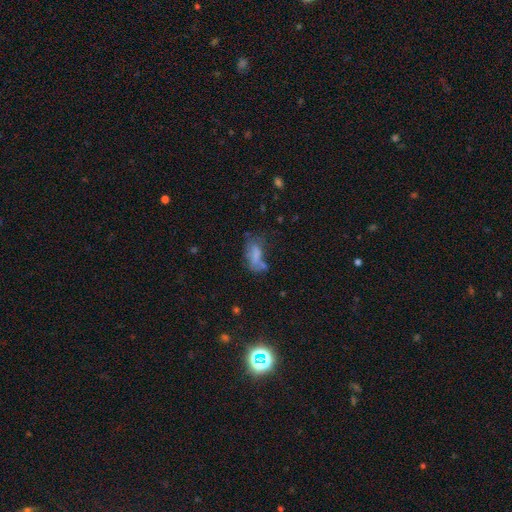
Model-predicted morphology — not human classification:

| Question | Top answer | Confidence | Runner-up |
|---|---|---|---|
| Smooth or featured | smooth | 62% | featured or disk (23%) |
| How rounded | in between | 80% | cigar-shaped (15%) |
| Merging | none | 33% | major disturbance (25%) |